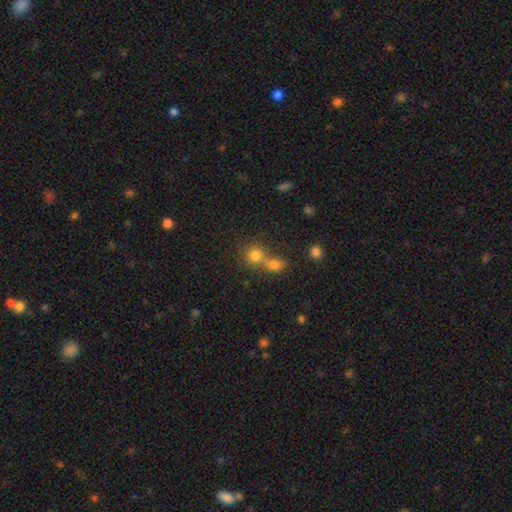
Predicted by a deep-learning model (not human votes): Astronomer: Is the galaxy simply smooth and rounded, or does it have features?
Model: smooth — 78%.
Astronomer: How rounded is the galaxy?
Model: round — 84%.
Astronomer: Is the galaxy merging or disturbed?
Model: merger — 49% (runner-up: none, 42%).